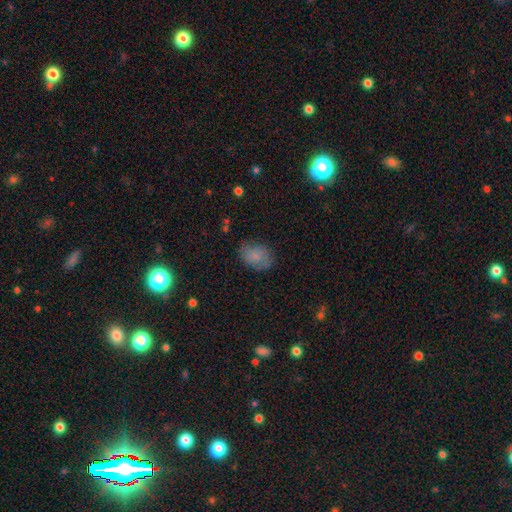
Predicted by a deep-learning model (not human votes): This appears to be a smooth galaxy with no disk features (75%) that is in between round and cigar-shaped (71%). Merging: none (74%).